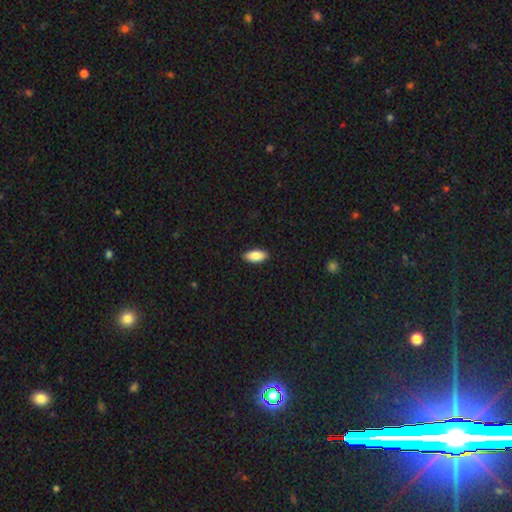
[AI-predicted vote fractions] smooth-or-featured: smooth: 89% | star or artifact: 6% | featured or disk: 5%
  how-rounded: in between: 91% | cigar-shaped: 7% | round: 2%
  merging: none: 90% | minor disturbance: 7% | major disturbance: 2% | merger: 1%